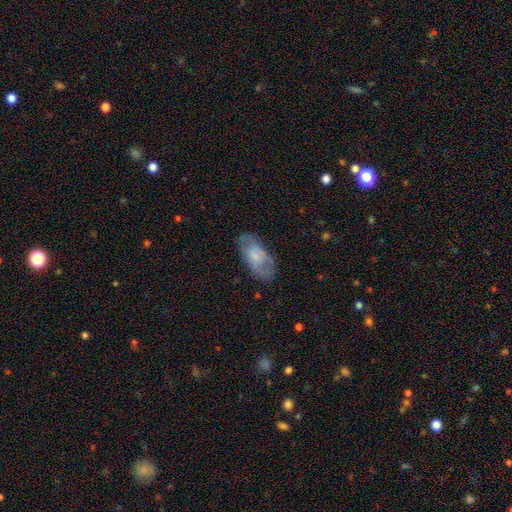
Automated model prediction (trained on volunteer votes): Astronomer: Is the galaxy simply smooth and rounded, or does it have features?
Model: smooth — 64%.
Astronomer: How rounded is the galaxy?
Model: in between — 92%.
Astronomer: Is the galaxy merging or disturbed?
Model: none — 66%.